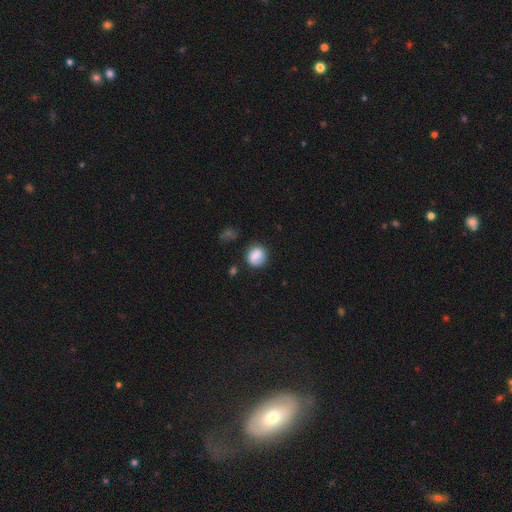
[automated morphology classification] Smooth or featured? Predicted: smooth (p=0.83). How rounded? Predicted: round (p=0.79). Merging? Predicted: none (p=0.75).